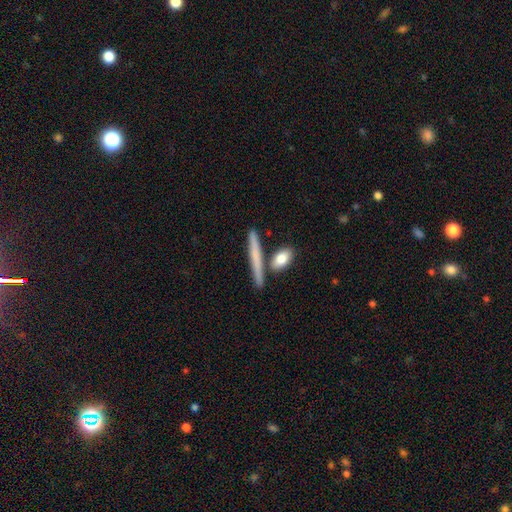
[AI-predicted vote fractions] Morphology: type=smooth (63%); roundness=cigar-shaped (88%); merging=none (76%).